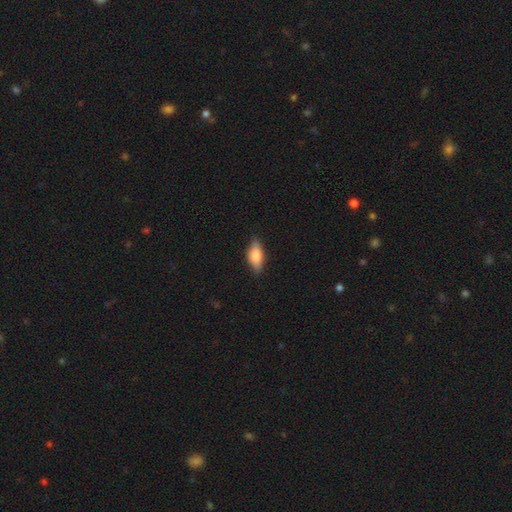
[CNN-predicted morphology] Overall: smooth (79%). How rounded: in between (82%). Merging: none (84%).